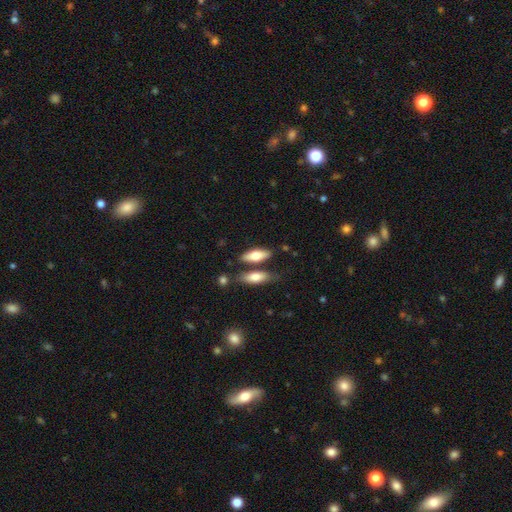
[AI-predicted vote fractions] smooth_or_featured: smooth (p=0.73) [alt: featured or disk p=0.22]
how_rounded: in between (p=0.65) [alt: cigar-shaped p=0.32]
merging: none (p=0.67) [alt: merger p=0.18]